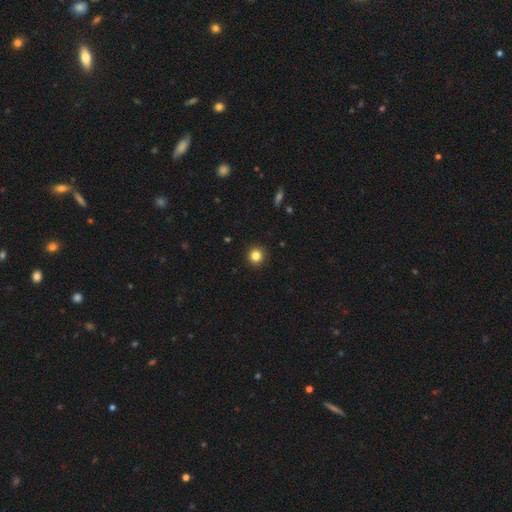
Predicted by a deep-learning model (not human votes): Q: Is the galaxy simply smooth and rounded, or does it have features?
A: smooth — 83%.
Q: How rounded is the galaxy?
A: round — 95%.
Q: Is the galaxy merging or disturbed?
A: none — 93%.